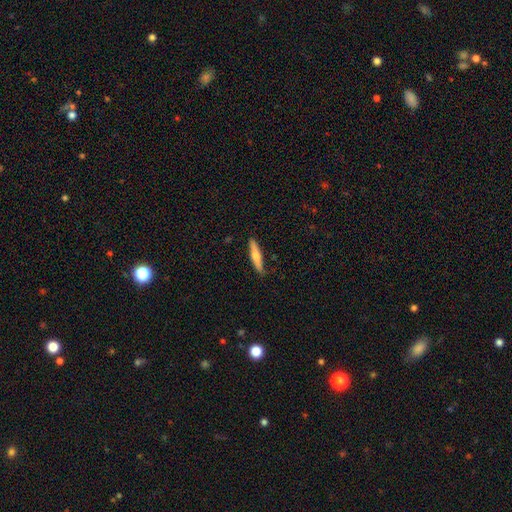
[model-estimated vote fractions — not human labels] This is possibly a smooth galaxy (52%). How rounded: clearly cigar-shaped (86%). Merging: clearly none (86%).